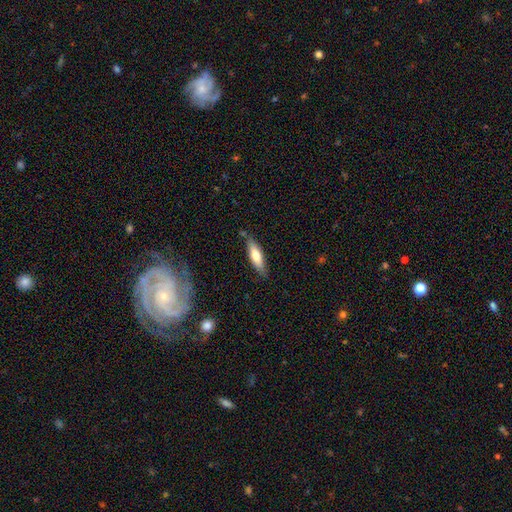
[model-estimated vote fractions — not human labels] This appears to be a smooth galaxy with no disk features (65%) that is cigar-shaped (64%). Merging: none (80%).